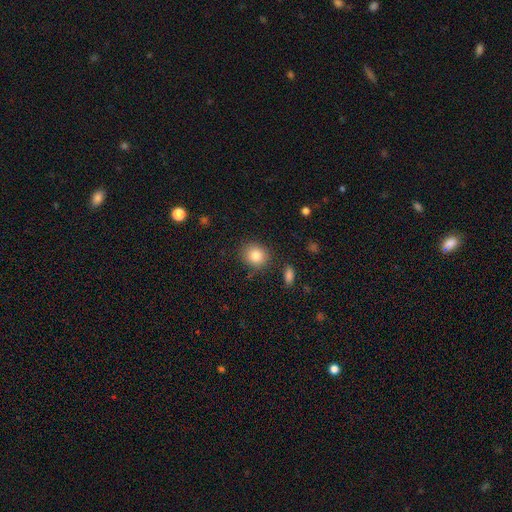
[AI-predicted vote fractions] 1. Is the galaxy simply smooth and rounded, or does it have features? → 84% smooth, 9% star or artifact, 7% featured or disk.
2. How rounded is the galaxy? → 75% round, 24% in between, 1% cigar-shaped.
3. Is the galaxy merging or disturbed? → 83% none, 10% minor disturbance, 3% major disturbance, 3% merger.